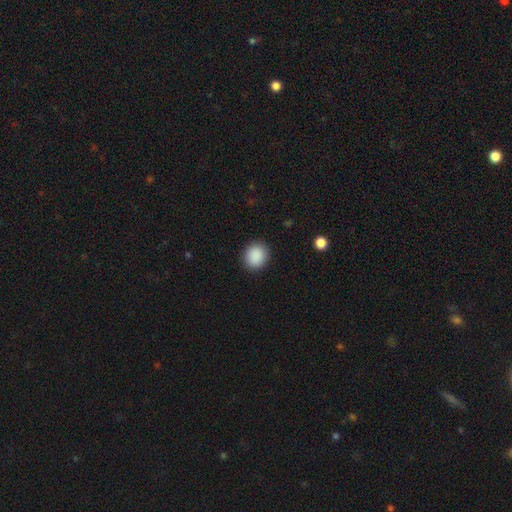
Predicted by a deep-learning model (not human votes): Overall: smooth (89%). How rounded: round (75%). Merging: none (89%).